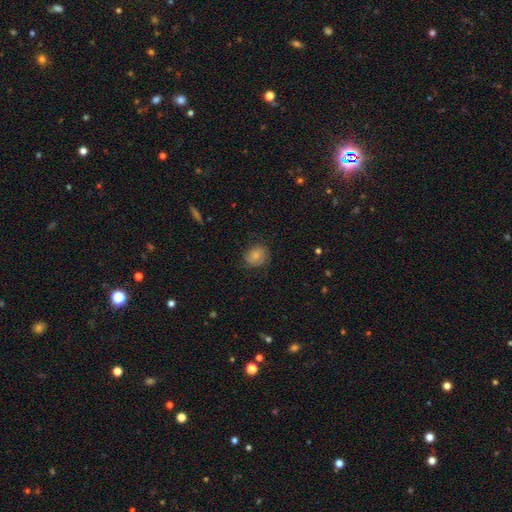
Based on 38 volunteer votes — Smooth or featured: smooth — 61% (featured or disk — 34%)
How rounded: round — 52% (in between — 48%)
Merging: none — 61% (minor disturbance — 36%)